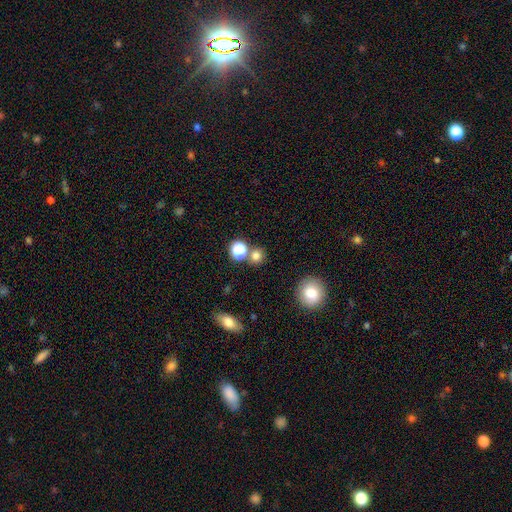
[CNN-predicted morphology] Overall: smooth (76%). How rounded: round (84%). Merging: none (72%).